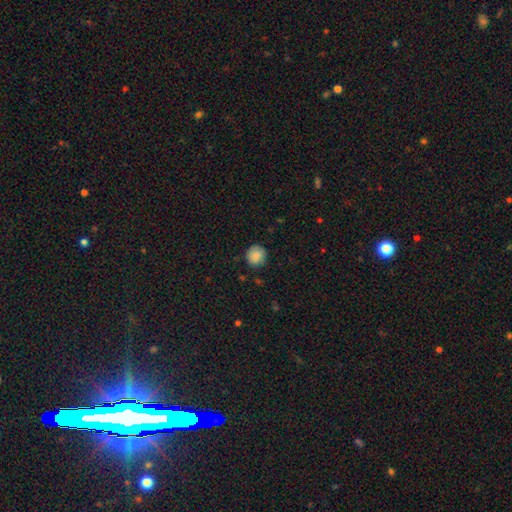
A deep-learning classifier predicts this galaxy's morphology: Smooth or featured?
  - smooth: 87% *
  - star or artifact: 8%
  - featured or disk: 5%
How rounded?
  - round: 86% *
  - in between: 13%
  - cigar-shaped: 1%
Merging?
  - none: 81% *
  - minor disturbance: 14%
  - major disturbance: 3%
  - merger: 1%